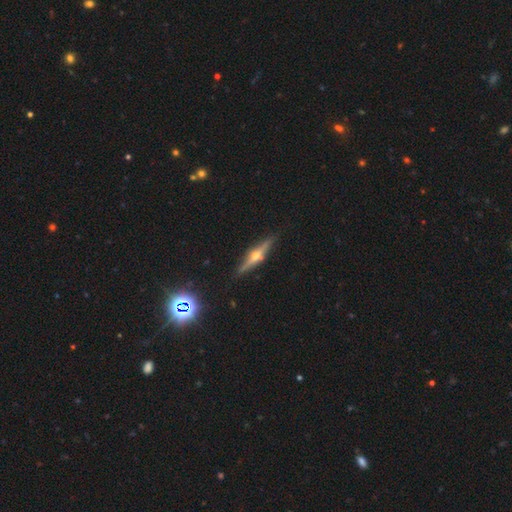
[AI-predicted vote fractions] featured or disk 77%, smooth 14%, star or artifact 9%. Down the decision tree: edge-on disk — yes (97%); edge-on bulge — rounded (94%); merging — none (89%).